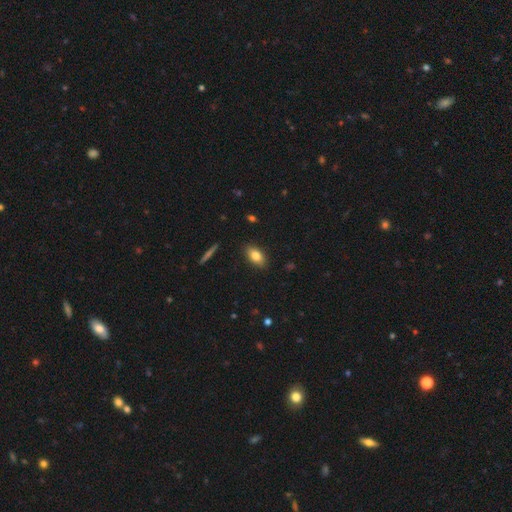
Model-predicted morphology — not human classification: Smooth or featured: smooth — 81% (featured or disk — 12%)
How rounded: in between — 88% (cigar-shaped — 6%)
Merging: none — 88% (minor disturbance — 9%)